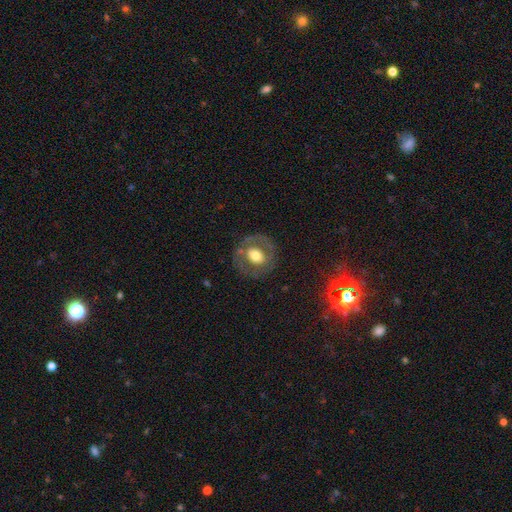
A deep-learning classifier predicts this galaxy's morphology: Q: Smooth or featured?
A: featured or disk (48%); runner-up: smooth (44%)
Q: Merging?
A: none (75%); runner-up: minor disturbance (14%)